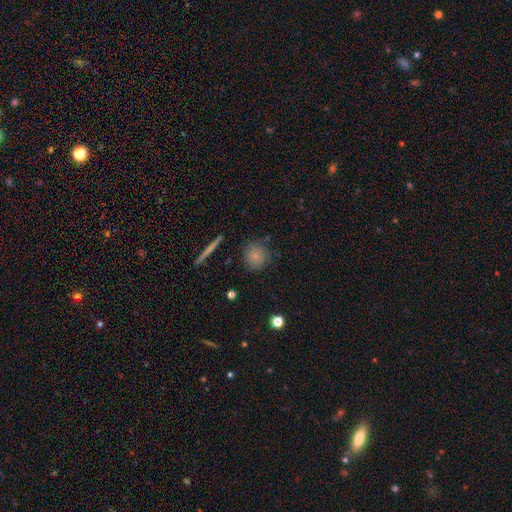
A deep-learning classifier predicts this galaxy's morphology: smooth 76%, featured or disk 14%, star or artifact 9%. Down the decision tree: how rounded — round (89%); merging — none (82%).